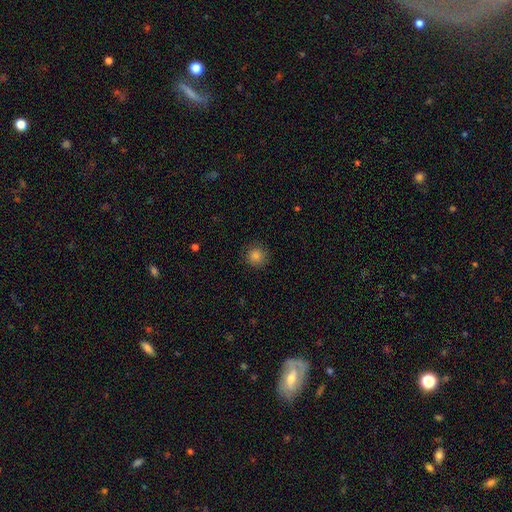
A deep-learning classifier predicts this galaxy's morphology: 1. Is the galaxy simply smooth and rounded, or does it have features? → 82% smooth, 12% star or artifact, 6% featured or disk.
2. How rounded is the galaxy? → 94% round, 5% in between, 1% cigar-shaped.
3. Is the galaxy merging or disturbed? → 88% none, 8% minor disturbance, 2% major disturbance, 1% merger.